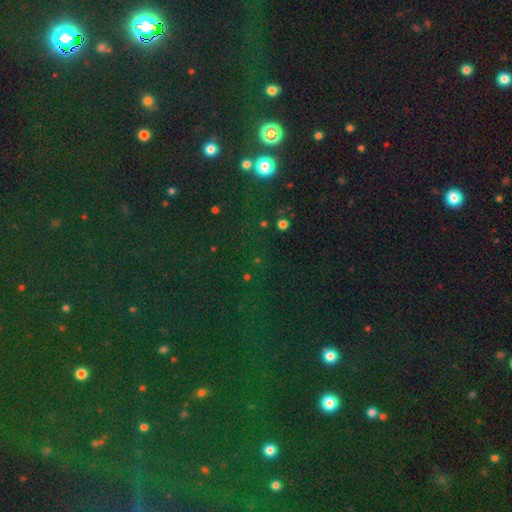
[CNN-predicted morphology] Smooth or featured?
  - star or artifact: 82% *
  - smooth: 11%
  - featured or disk: 7%